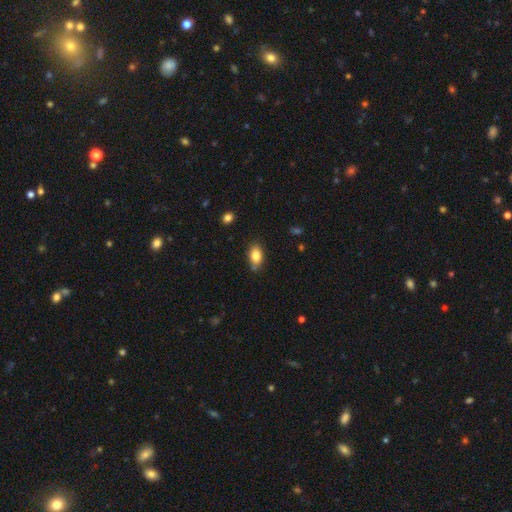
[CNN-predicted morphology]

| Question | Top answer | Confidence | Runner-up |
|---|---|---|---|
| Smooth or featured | smooth | 84% | star or artifact (8%) |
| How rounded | in between | 88% | round (9%) |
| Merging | none | 77% | minor disturbance (16%) |